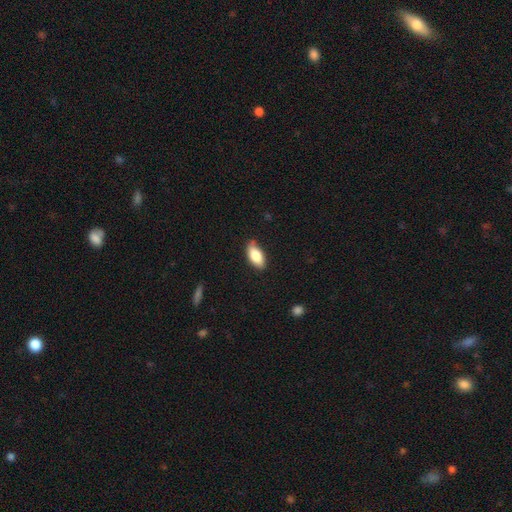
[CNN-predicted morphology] Q: Smooth or featured?
A: smooth (83%); runner-up: featured or disk (10%)
Q: How rounded?
A: in between (90%); runner-up: cigar-shaped (8%)
Q: Merging?
A: none (78%); runner-up: minor disturbance (18%)